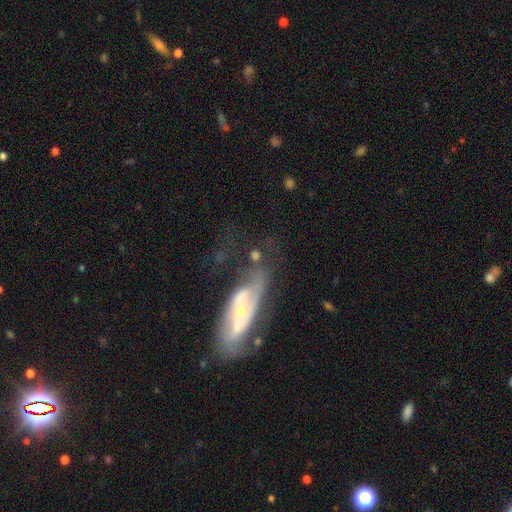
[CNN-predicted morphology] type=featured or disk (62%); edge-on=no (79%); merging=none (37%).